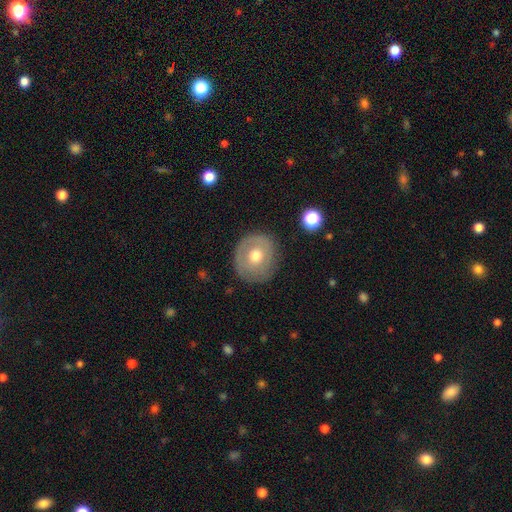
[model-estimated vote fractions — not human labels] Smooth or featured? smooth (53%)
How rounded? round (83%)
Merging? none (81%)